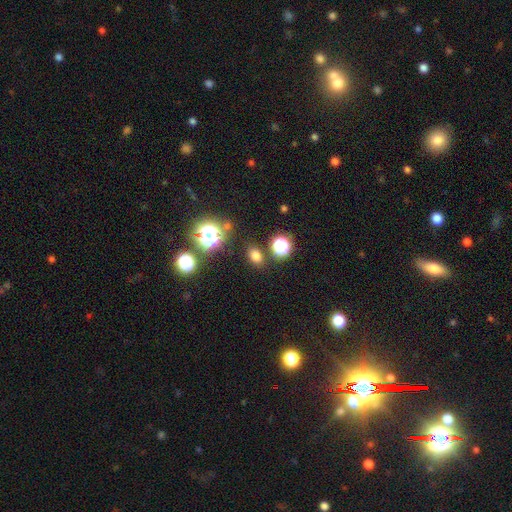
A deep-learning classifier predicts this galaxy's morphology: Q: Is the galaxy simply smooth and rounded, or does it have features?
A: smooth — 71%.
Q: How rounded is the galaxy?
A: in between — 63%.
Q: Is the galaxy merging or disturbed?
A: none — 83%.